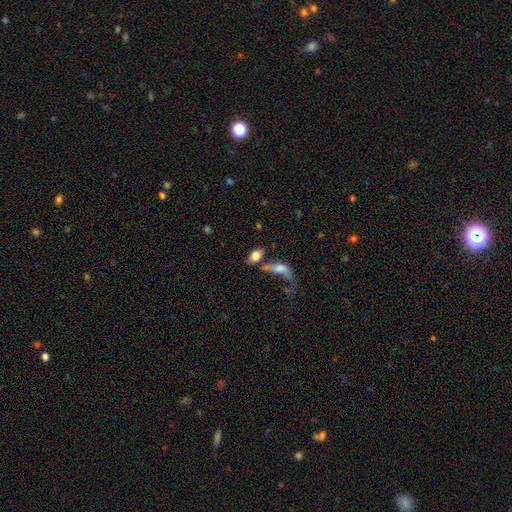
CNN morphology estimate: Smooth or featured: smooth — 74% (featured or disk — 17%)
How rounded: in between — 86% (round — 9%)
Merging: merger — 42% (none — 33%)